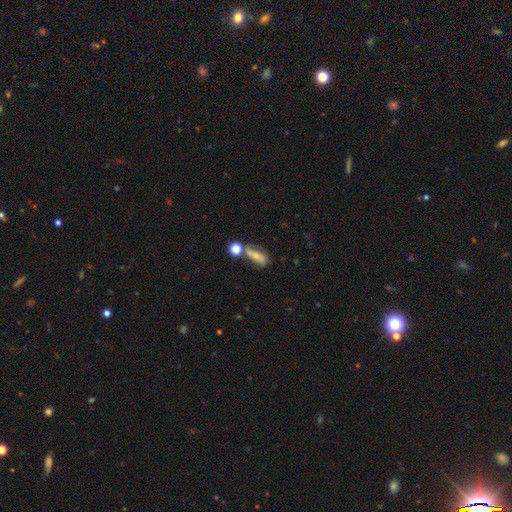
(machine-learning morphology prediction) The model was most divided on "smooth or featured": smooth: 49%, featured or disk: 38%, star or artifact: 13%. Remaining: merging — none (46%).